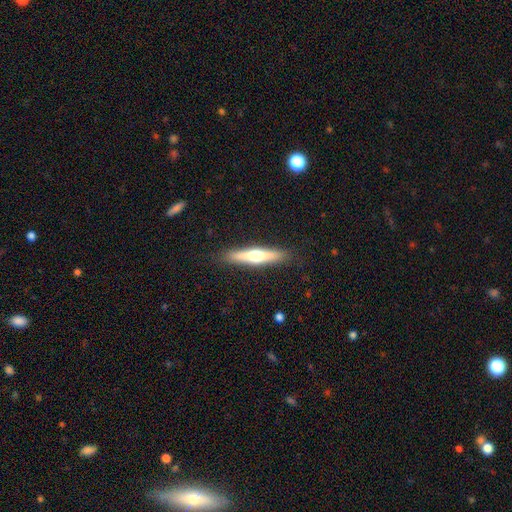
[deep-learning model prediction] Smooth or featured? Predicted: featured or disk (p=0.55). Edge-on disk? Predicted: yes (p=0.95). Edge-on bulge? Predicted: rounded (p=0.91). Merging? Predicted: none (p=0.89).